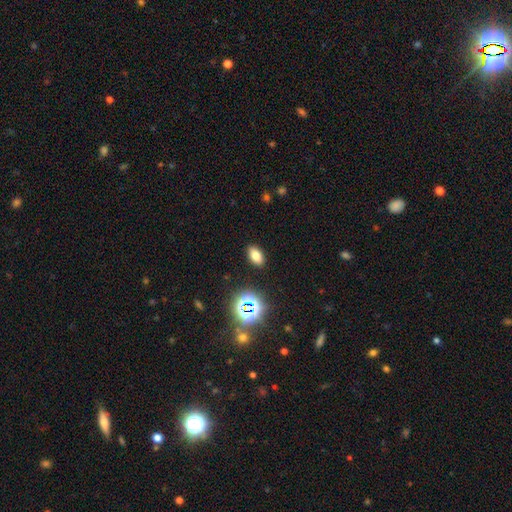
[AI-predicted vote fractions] Morphology: type=smooth (72%); roundness=in between (88%); merging=none (89%).